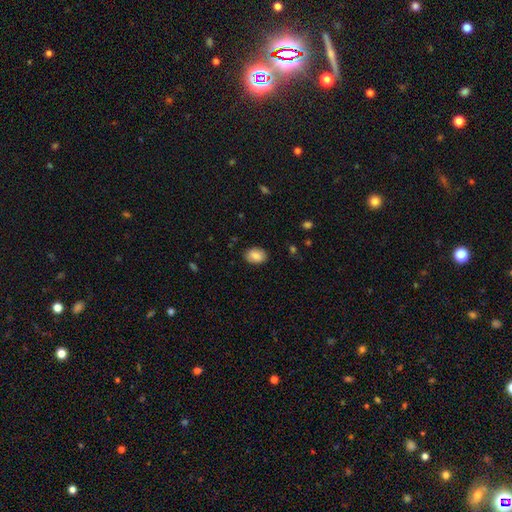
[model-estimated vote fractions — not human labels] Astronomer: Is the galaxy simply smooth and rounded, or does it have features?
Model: smooth — 84%.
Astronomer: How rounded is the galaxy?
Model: in between — 80%.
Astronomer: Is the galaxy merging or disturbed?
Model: none — 85%.